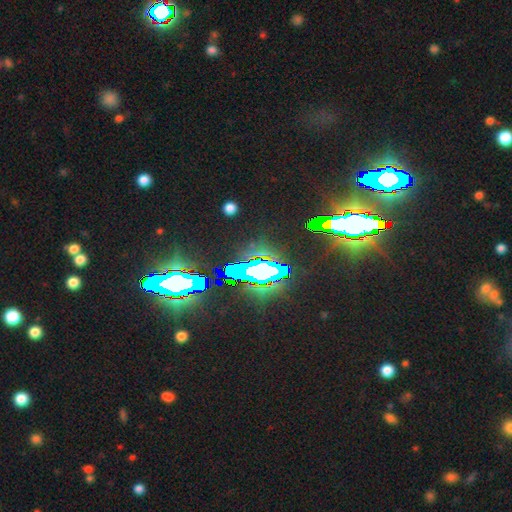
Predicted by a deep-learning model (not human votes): Smooth or featured: star or artifact — 84% (smooth — 8%)